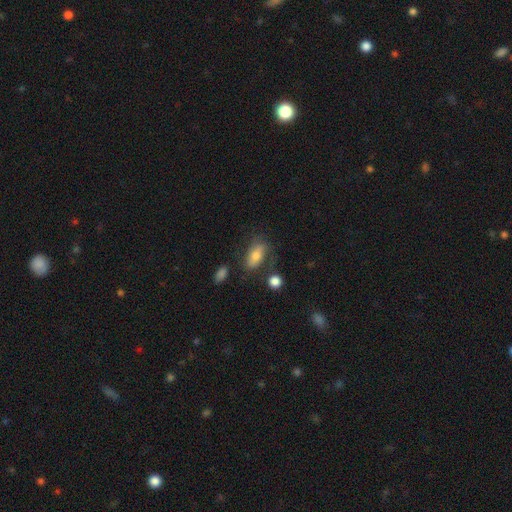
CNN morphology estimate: smooth-or-featured: smooth: 69% | featured or disk: 22% | star or artifact: 9%
  how-rounded: in between: 86% | cigar-shaped: 7% | round: 7%
  merging: none: 61% | minor disturbance: 21% | major disturbance: 11% | merger: 6%